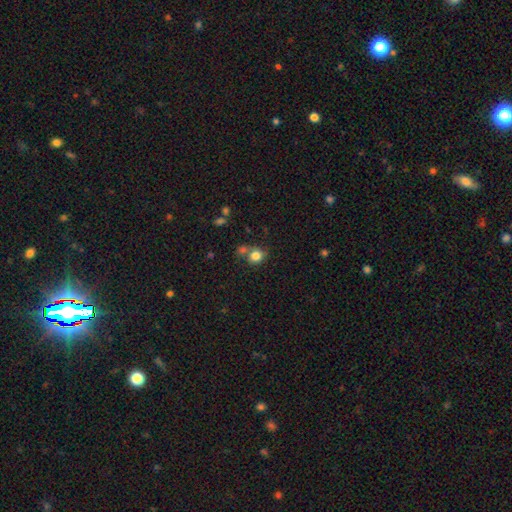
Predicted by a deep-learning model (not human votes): Smooth or featured? Predicted: smooth (p=0.81). How rounded? Predicted: round (p=0.75). Merging? Predicted: none (p=0.53).